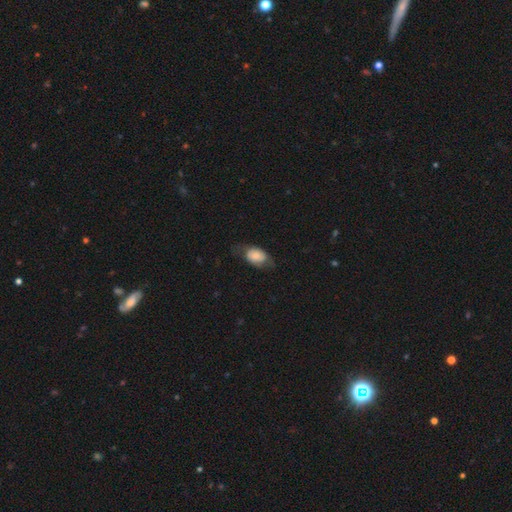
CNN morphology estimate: This is likely a smooth galaxy (71%). How rounded: clearly in between (86%). Merging: possibly none (59%).